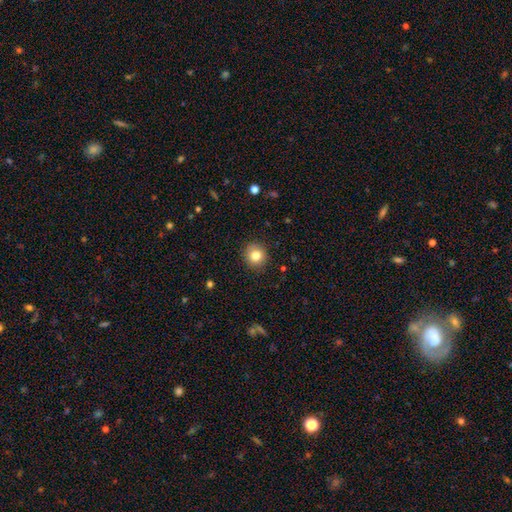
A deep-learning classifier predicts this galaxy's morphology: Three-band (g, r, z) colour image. It shows a smooth galaxy with no disk features (82%) that is round (89%). Merging: none (89%).